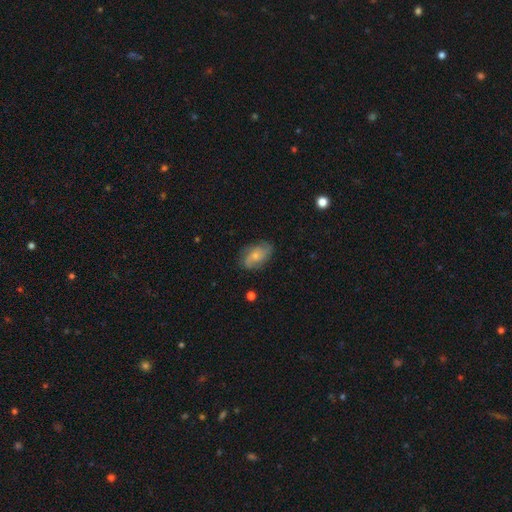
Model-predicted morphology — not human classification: A featured or disk galaxy (58%) with no bar (72%), spiral arms (87%) and a small central bulge (57%).

Vote fractions:
- Smooth or featured? featured or disk: 58% / smooth: 35% / star or artifact: 7%
- Edge-on disk? no: 96% / yes: 4%
- Bar? no: 72% / weak: 25% / strong: 3%
- Spiral arms? yes: 87% / no: 13%
- Bulge size? small: 57% / moderate: 32% / none: 7% / large: 2% / dominant: 1%
- Merging? none: 73% / minor disturbance: 19% / major disturbance: 6% / merger: 1%